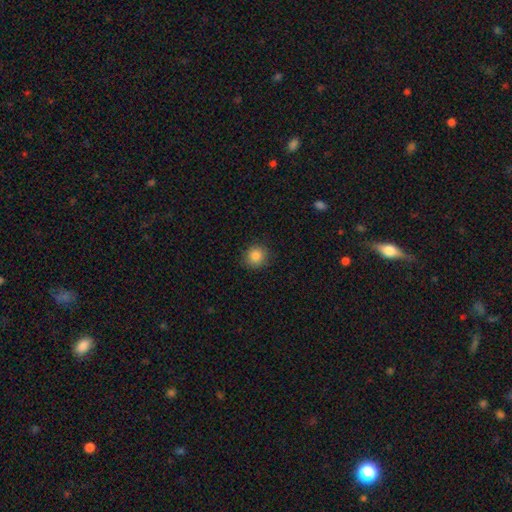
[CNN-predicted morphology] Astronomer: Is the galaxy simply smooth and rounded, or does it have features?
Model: smooth — 85%.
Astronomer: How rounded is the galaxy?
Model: round — 89%.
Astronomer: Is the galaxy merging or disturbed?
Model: none — 87%.